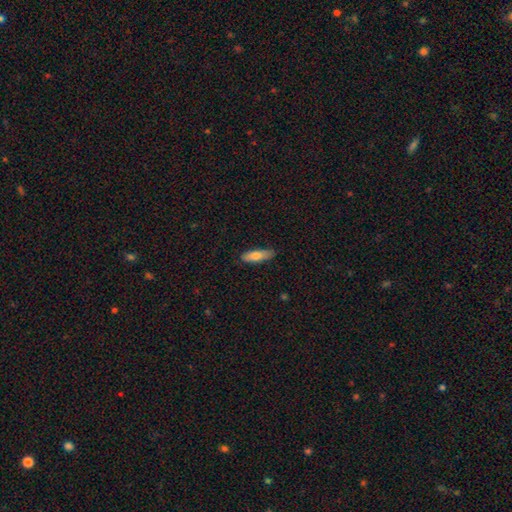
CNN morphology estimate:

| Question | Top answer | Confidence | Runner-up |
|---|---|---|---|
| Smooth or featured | smooth | 75% | featured or disk (19%) |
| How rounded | cigar-shaped | 51% | in between (47%) |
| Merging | none | 83% | minor disturbance (13%) |